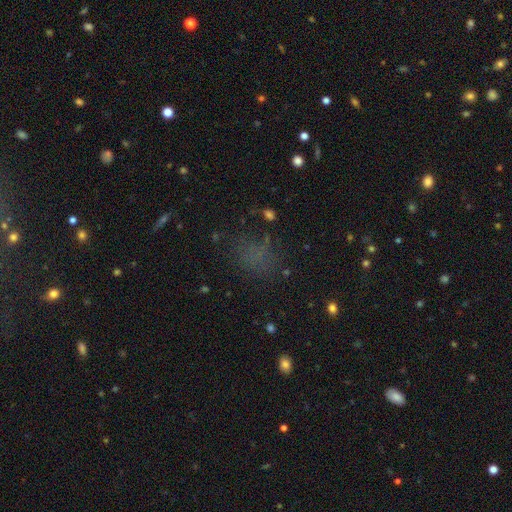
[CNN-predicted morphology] Smooth or featured? Predicted: smooth (p=0.57). How rounded? Predicted: in between (p=0.50). Merging? Predicted: none (p=0.64).